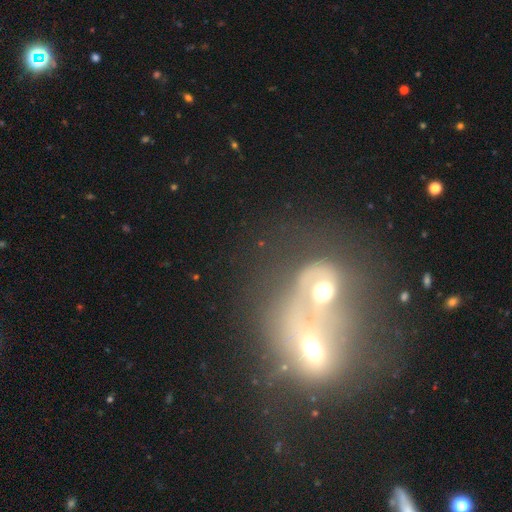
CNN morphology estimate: featured or disk 47%, smooth 32%, star or artifact 21%. Down the decision tree: merging — merger (83%).